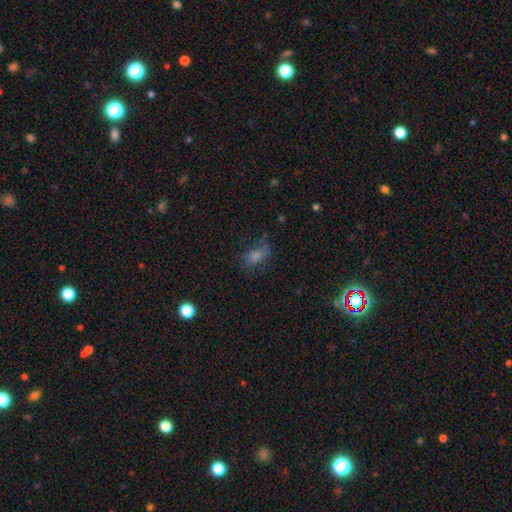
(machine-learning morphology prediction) Smooth or featured? Predicted: smooth (p=0.44). Merging? Predicted: none (p=0.55).